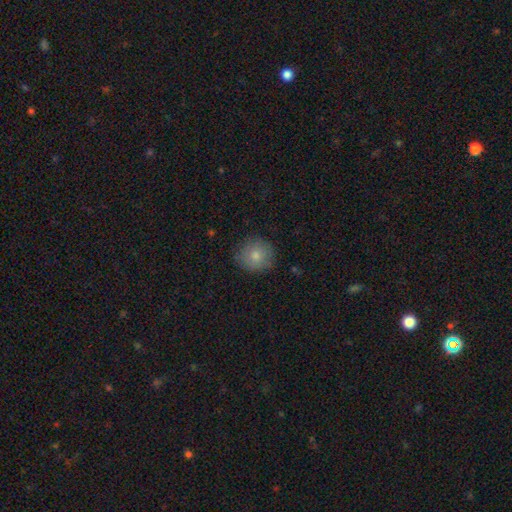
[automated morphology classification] Overall: smooth (81%). How rounded: round (92%). Merging: none (85%).